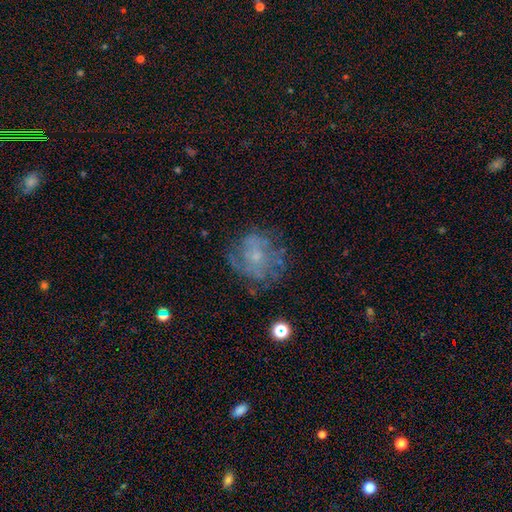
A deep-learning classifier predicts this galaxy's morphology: This is possibly a featured or disk galaxy (59%). It is clearly not viewed edge-on (97%). Bar: likely no (80%). Spiral arm pattern: possibly yes (60%). Central bulge: likely small (68%). Merging: likely none (62%).